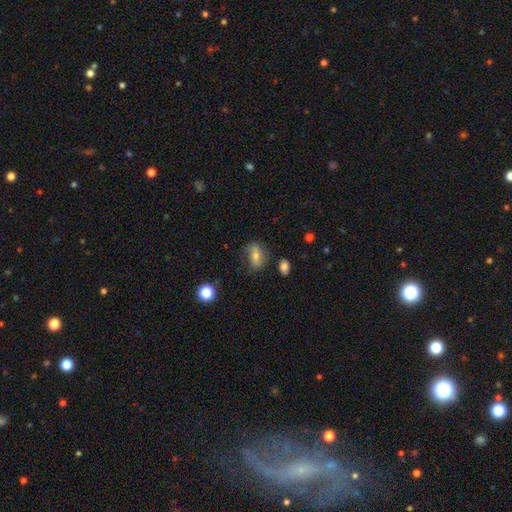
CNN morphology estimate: Smooth or featured? Predicted: smooth (p=0.47). Merging? Predicted: none (p=0.64).